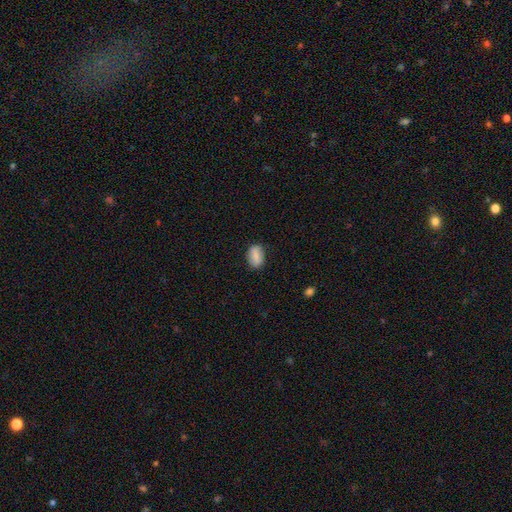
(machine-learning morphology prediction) type=smooth (81%); roundness=in between (84%); merging=none (82%).